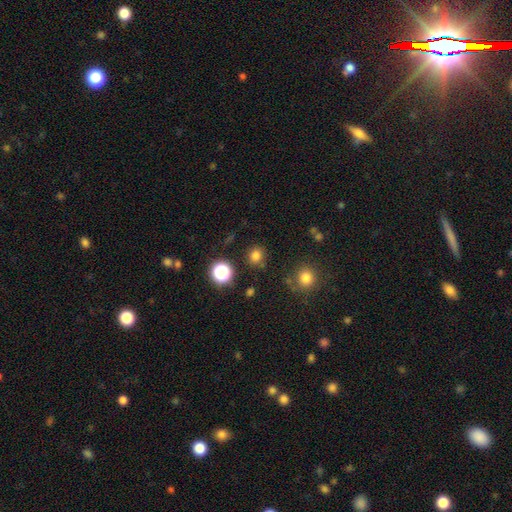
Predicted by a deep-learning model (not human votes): smooth 77%, star or artifact 18%, featured or disk 5%. Down the decision tree: how rounded — round (85%); merging — none (85%).